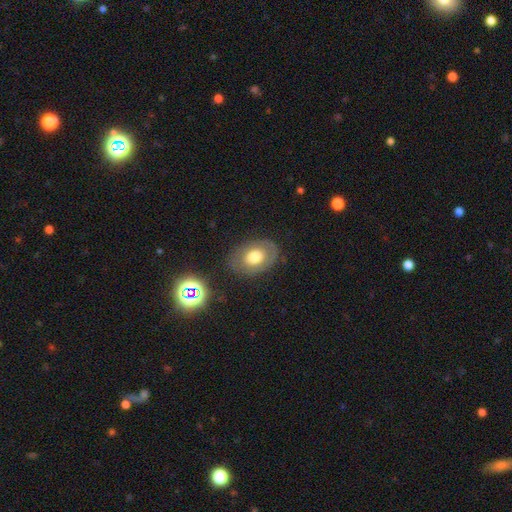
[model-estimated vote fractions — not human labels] The model was most divided on "smooth or featured": smooth: 56%, featured or disk: 35%, star or artifact: 9%. More confident: how rounded — in between (78%); merging — none (77%).